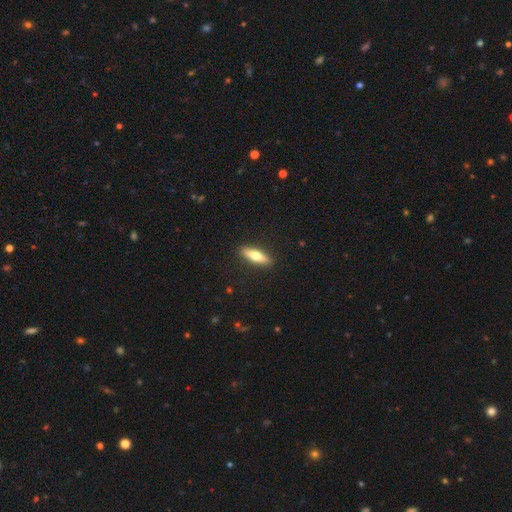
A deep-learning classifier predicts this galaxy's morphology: The model was most divided on "smooth or featured": smooth: 61%, featured or disk: 33%, star or artifact: 6%. More confident: merging — none (90%); how rounded — cigar-shaped (63%).